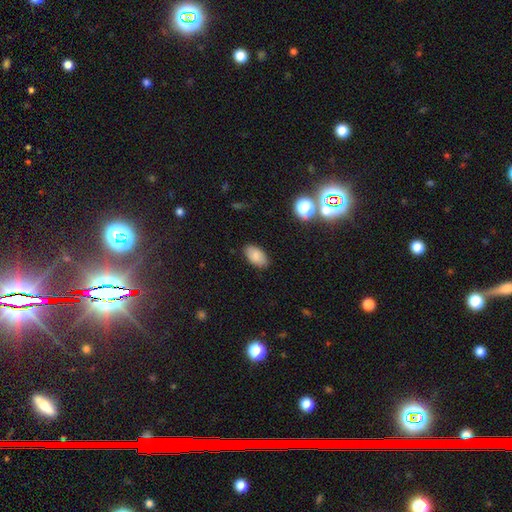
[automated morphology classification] Smooth or featured? Predicted: smooth (p=0.84). How rounded? Predicted: in between (p=0.94). Merging? Predicted: none (p=0.85).